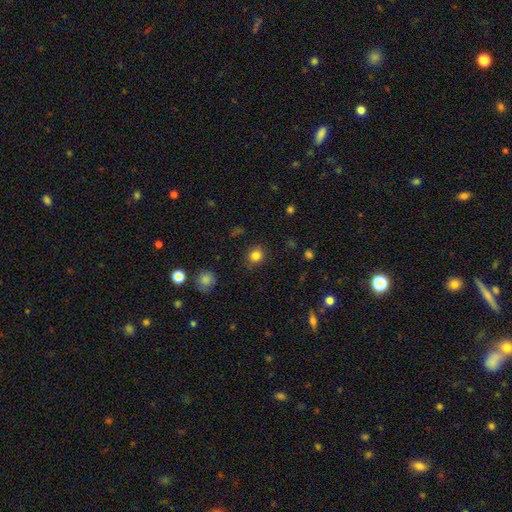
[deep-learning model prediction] The model was most divided on "smooth or featured": smooth: 82%, star or artifact: 13%, featured or disk: 5%. More confident: how rounded — round (87%); merging — none (87%).